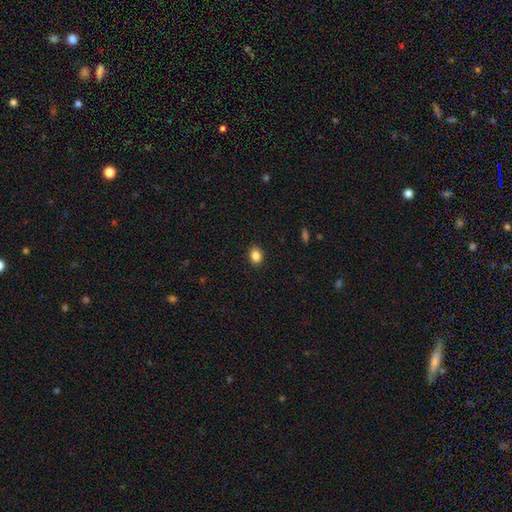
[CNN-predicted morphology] Smooth or featured: smooth — 86% (star or artifact — 10%)
How rounded: in between — 59% (round — 40%)
Merging: none — 90% (minor disturbance — 7%)